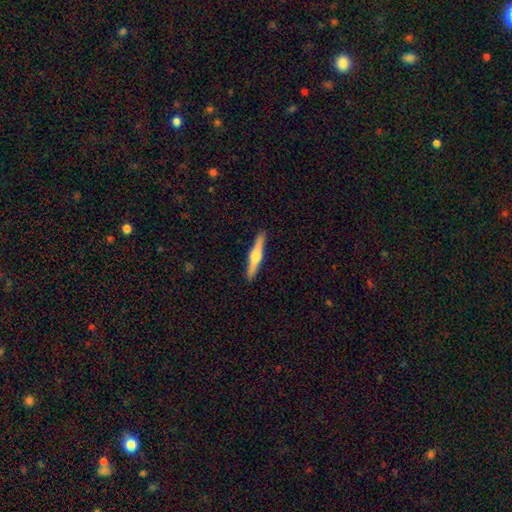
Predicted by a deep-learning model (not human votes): Q: Smooth or featured?
A: featured or disk (65%); runner-up: smooth (30%)
Q: Edge-on disk?
A: yes (98%); runner-up: no (2%)
Q: Edge-on bulge?
A: rounded (92%); runner-up: boxy (5%)
Q: Merging?
A: none (92%); runner-up: minor disturbance (6%)